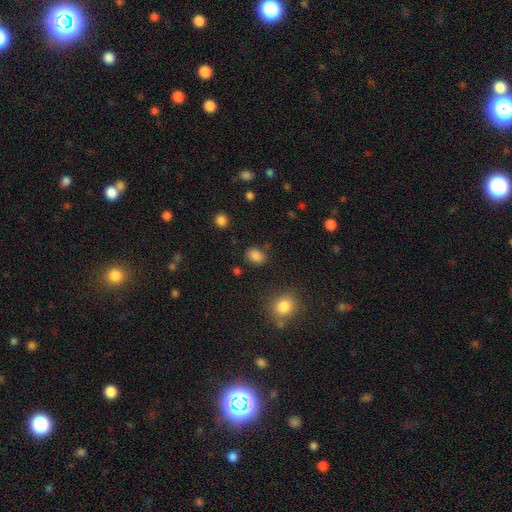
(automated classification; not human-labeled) A smooth galaxy with no disk features (84%) that is in between round and cigar-shaped (64%).

Vote fractions:
- Smooth or featured? smooth: 84% / star or artifact: 11% / featured or disk: 4%
- How rounded? in between: 64% / round: 35% / cigar-shaped: 1%
- Merging? none: 81% / minor disturbance: 12% / major disturbance: 4% / merger: 3%